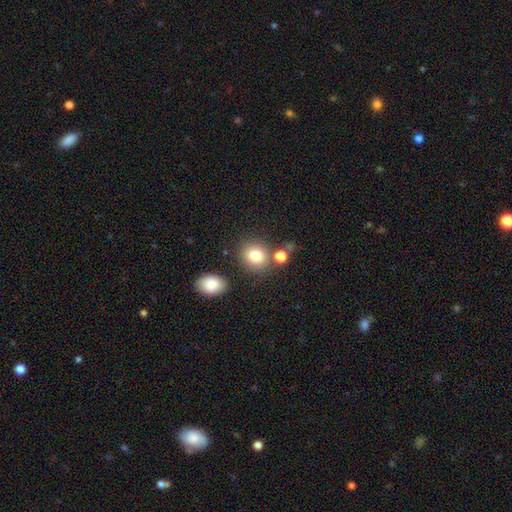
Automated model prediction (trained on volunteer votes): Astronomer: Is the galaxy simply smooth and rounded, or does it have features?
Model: smooth — 81%.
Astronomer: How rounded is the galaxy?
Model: round — 71%.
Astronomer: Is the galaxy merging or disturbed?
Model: none — 73%.